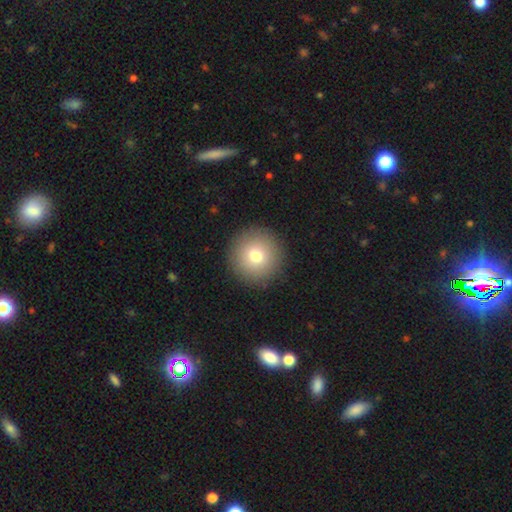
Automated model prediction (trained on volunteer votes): A smooth galaxy with no disk features (76%) that is round (96%).

Vote fractions:
- Smooth or featured? smooth: 76% / featured or disk: 13% / star or artifact: 11%
- How rounded? round: 96% / in between: 3% / cigar-shaped: 1%
- Merging? none: 92% / minor disturbance: 5% / major disturbance: 2% / merger: 1%